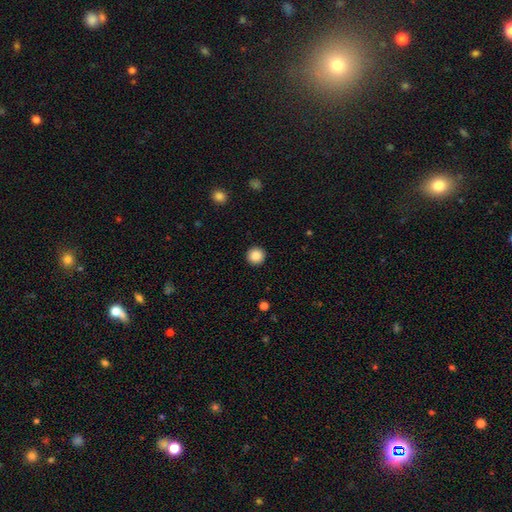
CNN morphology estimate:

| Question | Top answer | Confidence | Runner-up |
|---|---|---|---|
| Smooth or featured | smooth | 88% | star or artifact (9%) |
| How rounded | round | 96% | in between (3%) |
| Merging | none | 93% | minor disturbance (5%) |